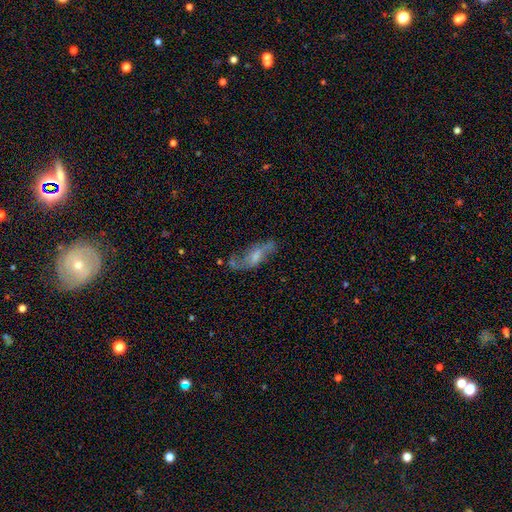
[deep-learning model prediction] This is likely a featured or disk galaxy (68%). It is clearly not viewed edge-on (82%). Bar: possibly no (49%). Spiral arm pattern: clearly yes (83%). Central bulge: marginally moderate (44%). Merging: likely none (62%).